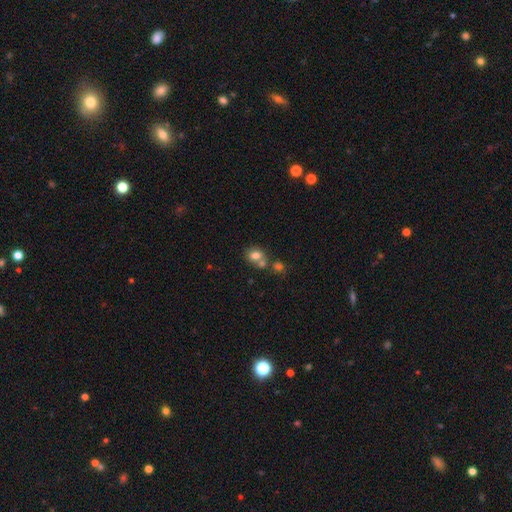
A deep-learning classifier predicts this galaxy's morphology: Smooth or featured? Predicted: smooth (p=0.75). How rounded? Predicted: round (p=0.62). Merging? Predicted: none (p=0.44).